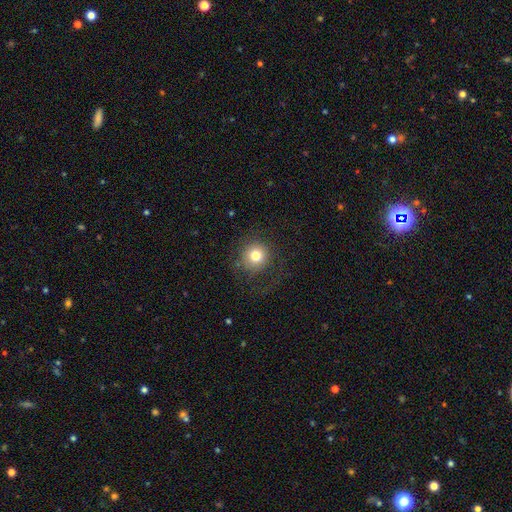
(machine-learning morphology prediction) Smooth or featured? Predicted: smooth (p=0.77). How rounded? Predicted: round (p=0.93). Merging? Predicted: none (p=0.78).